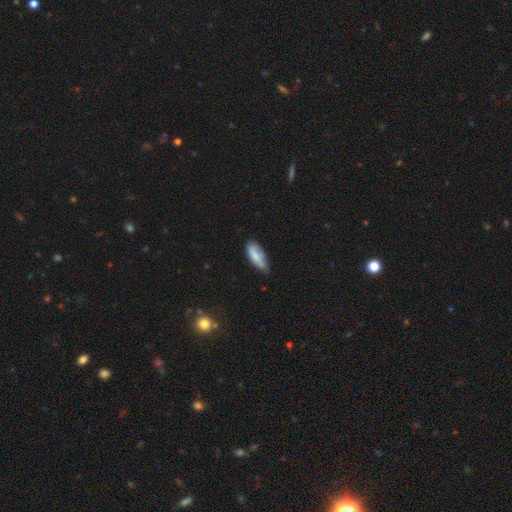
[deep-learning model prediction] This appears to be a smooth galaxy with no disk features (79%) that is in between round and cigar-shaped (71%). Merging: none (50%).